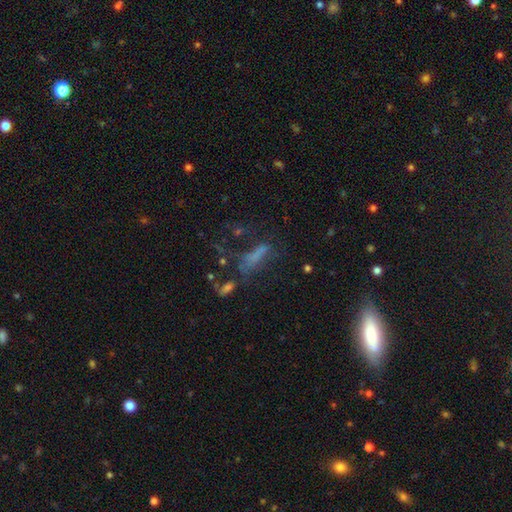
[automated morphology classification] A smooth galaxy with no disk features (47%). Merging: none (35%).